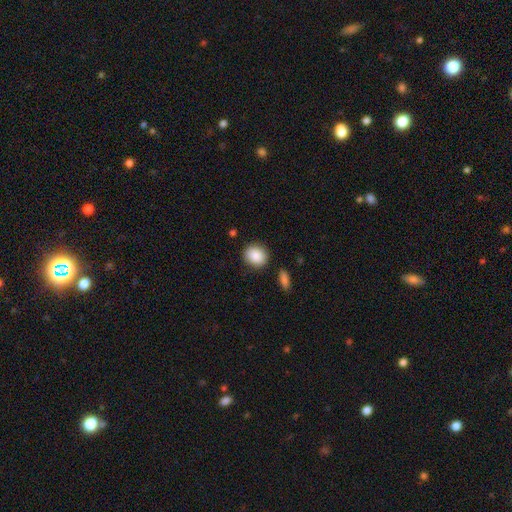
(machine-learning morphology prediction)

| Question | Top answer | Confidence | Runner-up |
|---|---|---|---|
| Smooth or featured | smooth | 89% | star or artifact (7%) |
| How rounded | round | 68% | in between (31%) |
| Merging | none | 85% | minor disturbance (9%) |